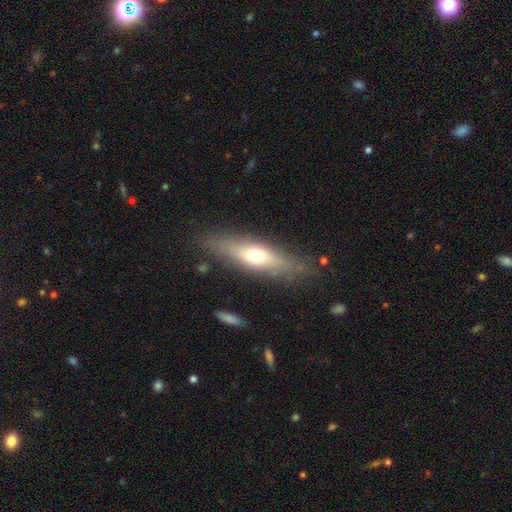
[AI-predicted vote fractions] smooth-or-featured: featured or disk: 47% | smooth: 46% | star or artifact: 7%
  merging: none: 80% | minor disturbance: 14% | major disturbance: 4% | merger: 2%